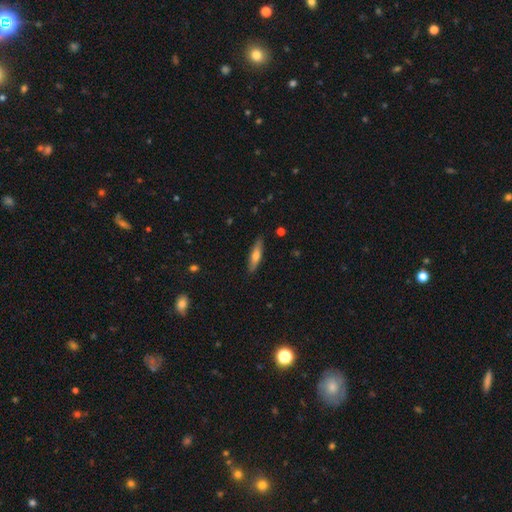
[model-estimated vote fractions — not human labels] A smooth galaxy with no disk features (65%) that is cigar-shaped (72%).

Vote fractions:
- Smooth or featured? smooth: 65% / featured or disk: 29% / star or artifact: 6%
- How rounded? cigar-shaped: 72% / in between: 26% / round: 2%
- Merging? none: 87% / minor disturbance: 10% / major disturbance: 2% / merger: 1%